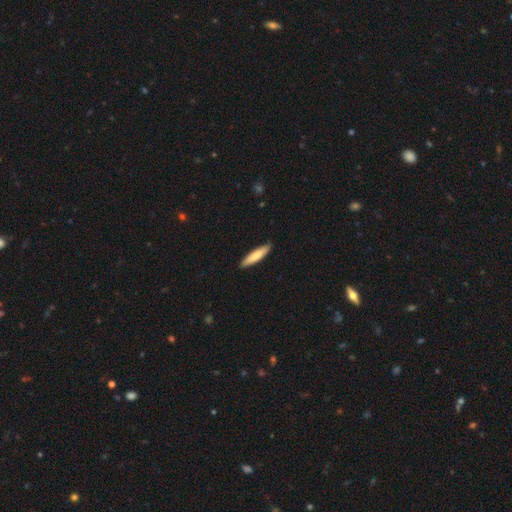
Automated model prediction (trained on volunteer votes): Q: Smooth or featured?
A: smooth (78%); runner-up: featured or disk (17%)
Q: How rounded?
A: cigar-shaped (84%); runner-up: in between (15%)
Q: Merging?
A: none (89%); runner-up: minor disturbance (9%)